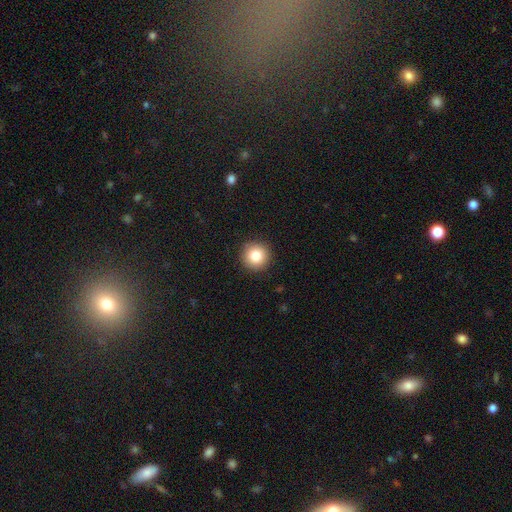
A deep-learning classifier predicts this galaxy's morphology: The model was most divided on "smooth or featured": smooth: 83%, star or artifact: 10%, featured or disk: 7%. More confident: how rounded — round (95%); merging — none (92%).